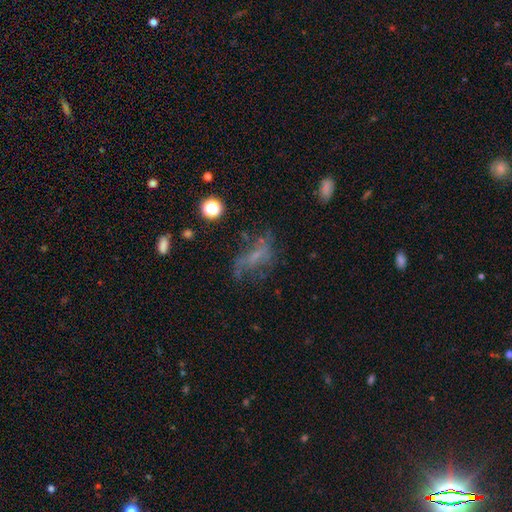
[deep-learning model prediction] The model was most divided on "merging": none: 44%, major disturbance: 30%, minor disturbance: 21%, merger: 5%. More confident: edge-on disk — no (92%); smooth or featured — featured or disk (50%).